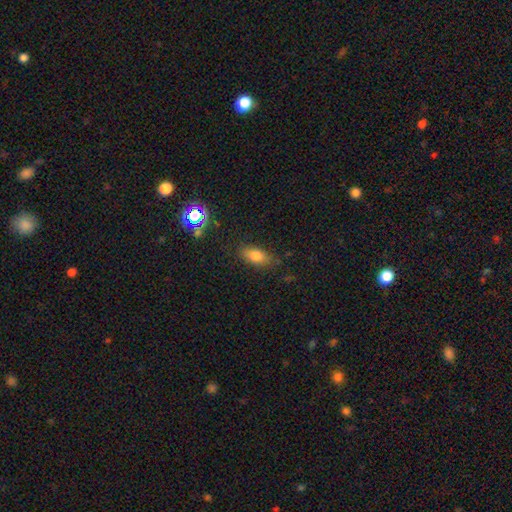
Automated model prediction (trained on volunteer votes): Smooth or featured? smooth (77%)
How rounded? in between (82%)
Merging? none (78%)